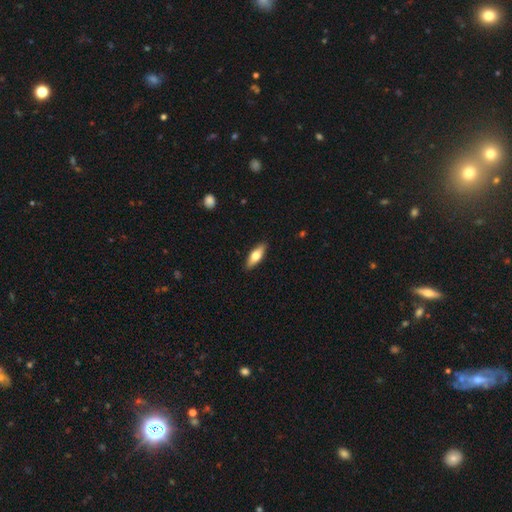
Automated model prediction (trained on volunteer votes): Smooth or featured? smooth (62%)
How rounded? in between (59%)
Merging? none (90%)